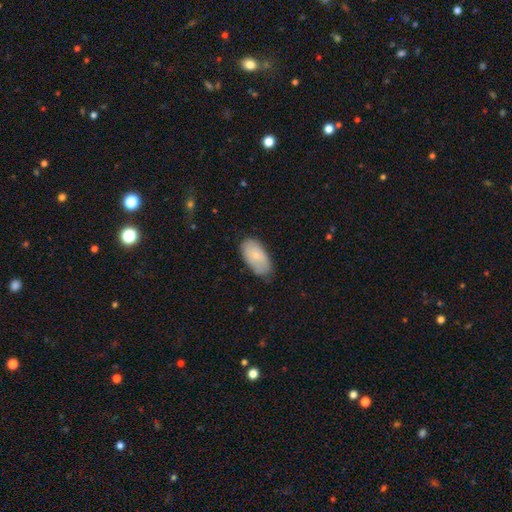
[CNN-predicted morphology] Q: Smooth or featured?
A: smooth (72%); runner-up: featured or disk (22%)
Q: How rounded?
A: in between (94%); runner-up: round (3%)
Q: Merging?
A: none (73%); runner-up: minor disturbance (22%)